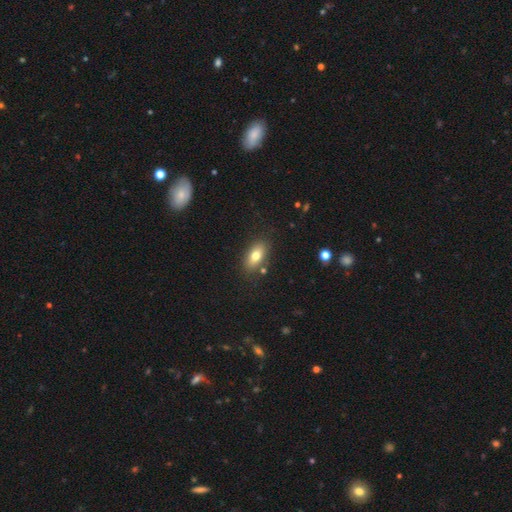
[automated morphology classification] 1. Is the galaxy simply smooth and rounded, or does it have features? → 76% smooth, 16% featured or disk, 8% star or artifact.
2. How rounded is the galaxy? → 87% in between, 7% cigar-shaped, 6% round.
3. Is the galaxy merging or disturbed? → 81% none, 12% minor disturbance, 4% merger, 3% major disturbance.